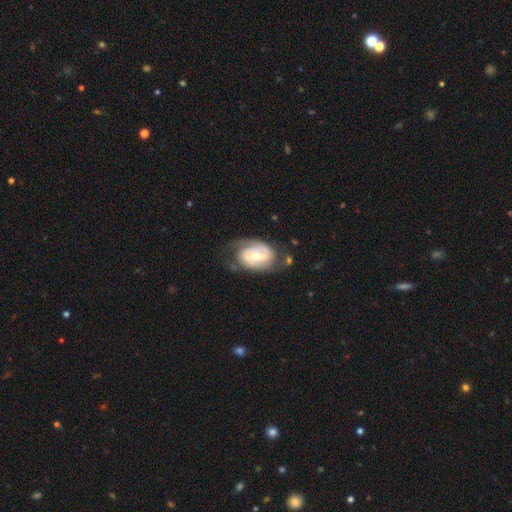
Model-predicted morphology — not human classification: This is likely a featured or disk galaxy (77%). It is clearly not viewed edge-on (97%). Bar: possibly weak (47%). Spiral arm pattern: clearly yes (90%). Spiral arm count: likely 2 (72%). Spiral winding: possibly tight (48%). Central bulge: possibly moderate (59%). Merging: likely none (60%).